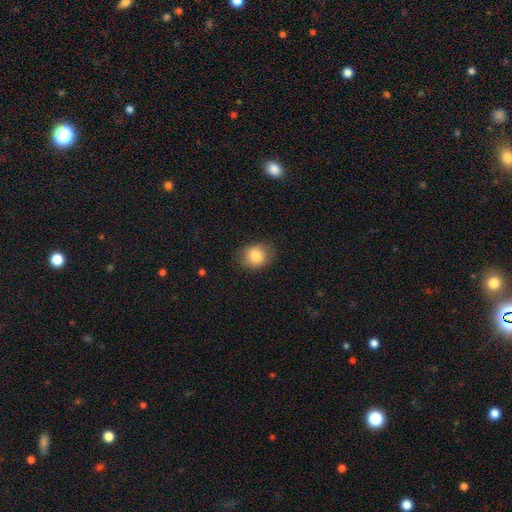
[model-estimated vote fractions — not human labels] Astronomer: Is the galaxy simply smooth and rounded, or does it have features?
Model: smooth — 83%.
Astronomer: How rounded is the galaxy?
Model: round — 63%.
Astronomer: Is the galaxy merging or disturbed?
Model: none — 77%.